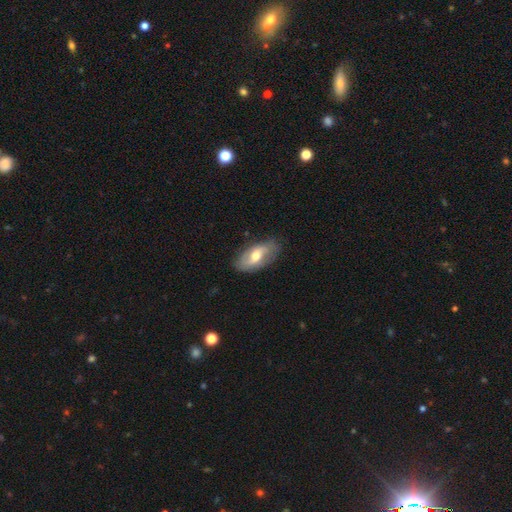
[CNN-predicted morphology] This is possibly a featured or disk galaxy (50%). It is clearly not viewed edge-on (87%). Merging: likely none (77%).